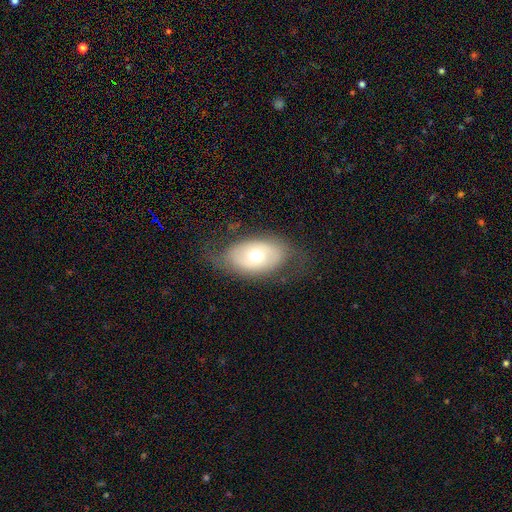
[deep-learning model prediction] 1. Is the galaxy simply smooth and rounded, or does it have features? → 52% smooth, 40% featured or disk, 8% star or artifact.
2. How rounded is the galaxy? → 87% in between, 12% round, 1% cigar-shaped.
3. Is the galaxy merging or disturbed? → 70% none, 17% minor disturbance, 12% major disturbance, 1% merger.